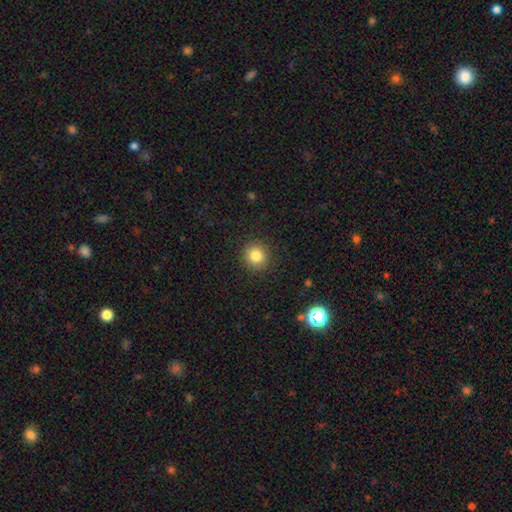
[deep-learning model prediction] The model was most divided on "smooth or featured": smooth: 83%, star or artifact: 11%, featured or disk: 6%. More confident: how rounded — round (91%); merging — none (90%).